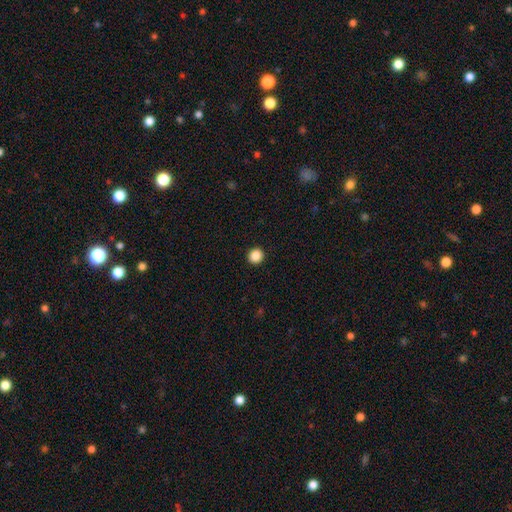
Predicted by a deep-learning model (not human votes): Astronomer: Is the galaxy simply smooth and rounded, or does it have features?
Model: smooth — 88%.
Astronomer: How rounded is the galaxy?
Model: round — 92%.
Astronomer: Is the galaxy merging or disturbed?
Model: none — 94%.